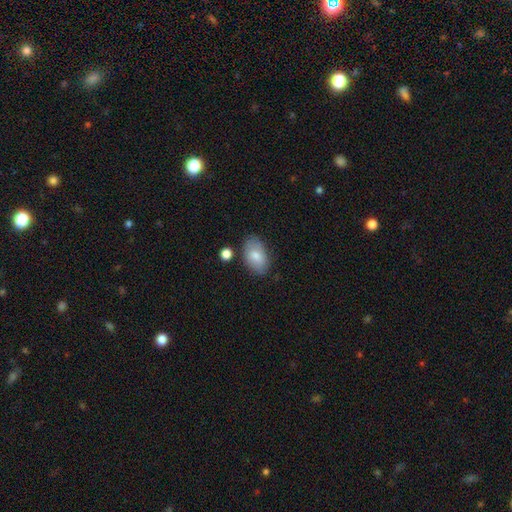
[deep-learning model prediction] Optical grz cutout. It shows a smooth galaxy with no disk features (77%) that is in between round and cigar-shaped (91%). Merging: none (77%).